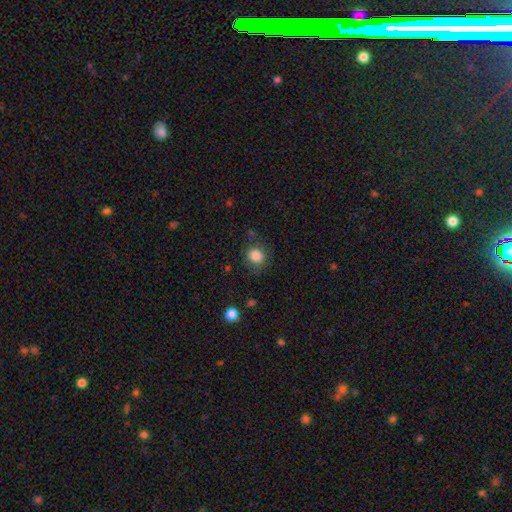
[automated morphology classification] Smooth or featured: smooth — 85% (star or artifact — 10%)
How rounded: round — 73% (in between — 26%)
Merging: none — 75% (minor disturbance — 16%)